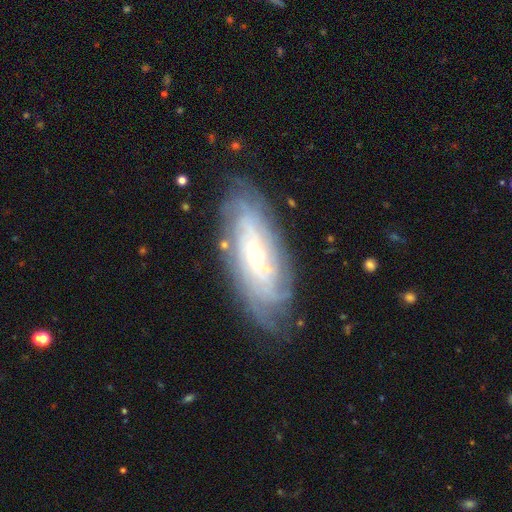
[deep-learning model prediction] Overall: featured or disk (80%). Edge-on disk: no (87%). Bar: no (69%). Spiral arms: yes (94%). Spiral arm count: can't tell (48%; more than 4 17%). Spiral winding: tight (77%). Bulge size: small (75%). Merging: none (79%).